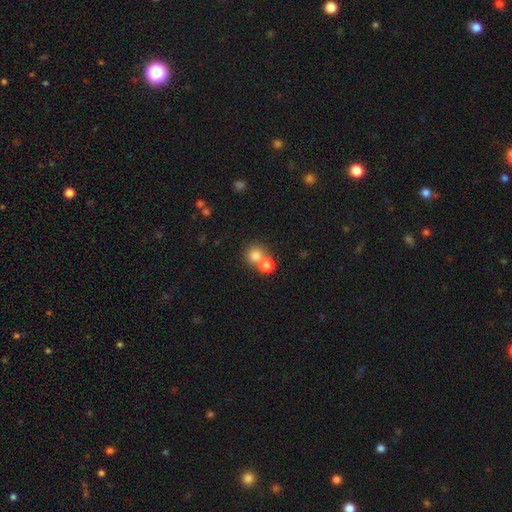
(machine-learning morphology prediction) Smooth or featured: smooth — 80% (star or artifact — 12%)
How rounded: round — 86% (in between — 13%)
Merging: merger — 47% (none — 45%)